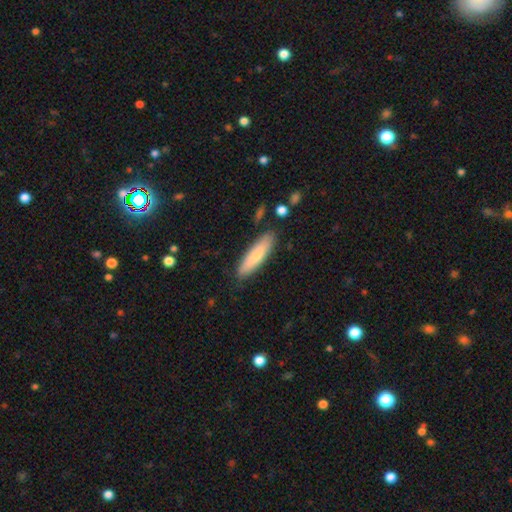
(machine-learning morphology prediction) A smooth galaxy with no disk features (78%) that is cigar-shaped (69%). Merging: none (83%).